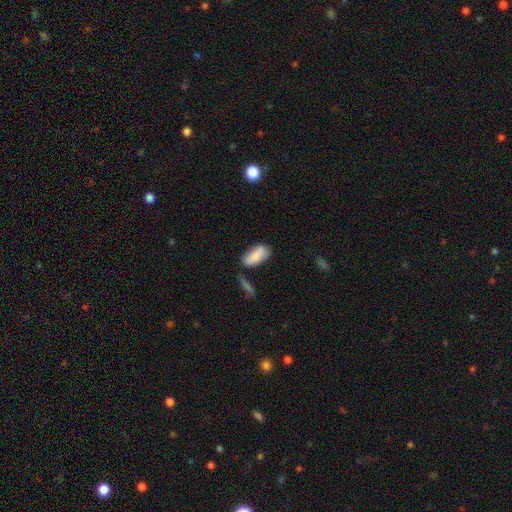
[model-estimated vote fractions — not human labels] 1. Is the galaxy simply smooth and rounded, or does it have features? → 86% smooth, 8% featured or disk, 6% star or artifact.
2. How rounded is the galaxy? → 88% in between, 10% cigar-shaped, 2% round.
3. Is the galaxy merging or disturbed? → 64% none, 20% minor disturbance, 10% merger, 5% major disturbance.